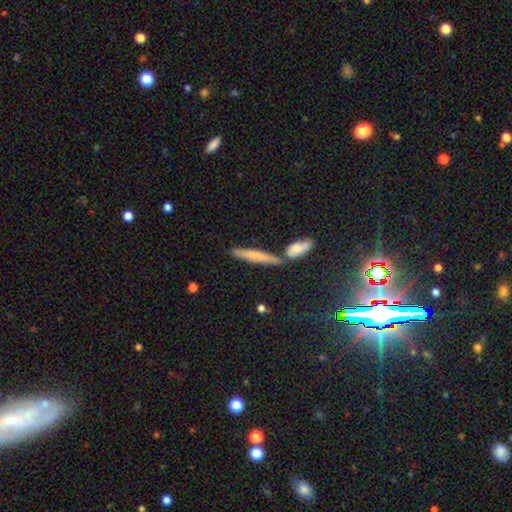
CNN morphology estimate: Smooth or featured? Predicted: smooth (p=0.65). How rounded? Predicted: cigar-shaped (p=0.89). Merging? Predicted: none (p=0.69).